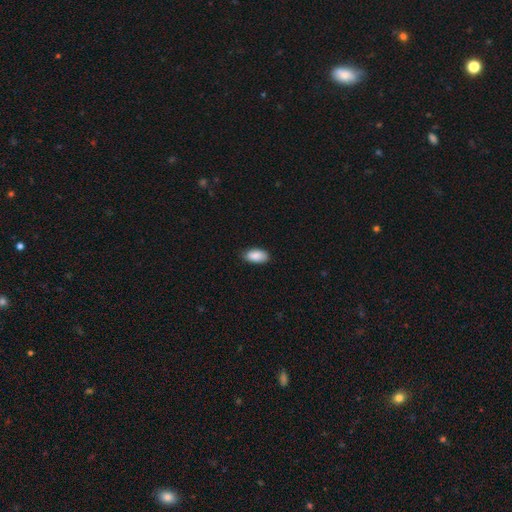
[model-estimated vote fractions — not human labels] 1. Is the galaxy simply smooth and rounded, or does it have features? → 88% smooth, 6% star or artifact, 5% featured or disk.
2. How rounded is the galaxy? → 94% in between, 3% cigar-shaped, 3% round.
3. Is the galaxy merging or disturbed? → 82% none, 15% minor disturbance, 2% major disturbance, 1% merger.